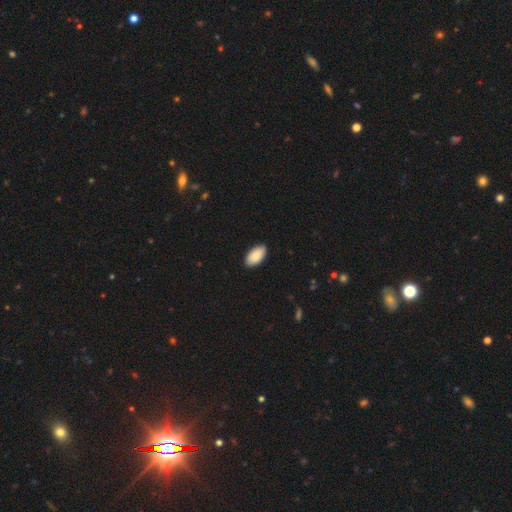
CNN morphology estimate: type=smooth (89%); roundness=in between (96%); merging=none (89%).